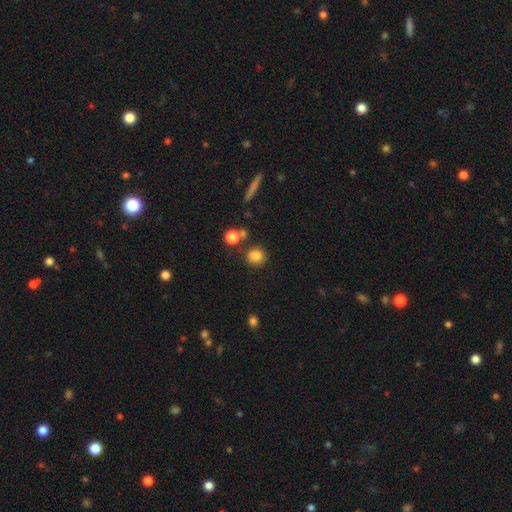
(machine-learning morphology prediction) Overall: smooth (82%). How rounded: round (89%). Merging: none (80%).